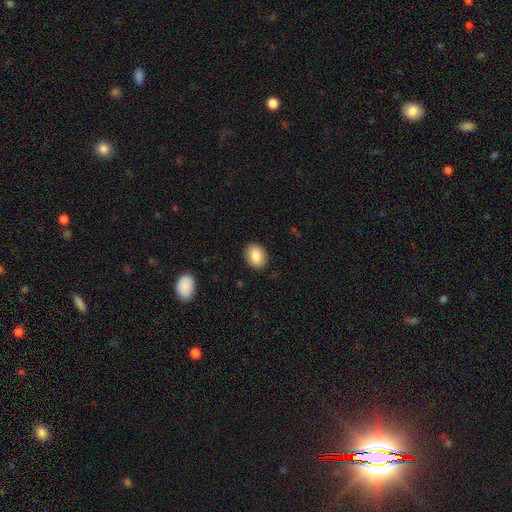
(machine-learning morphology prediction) Smooth or featured?
  - smooth: 85% *
  - star or artifact: 8%
  - featured or disk: 7%
How rounded?
  - in between: 59% *
  - round: 40%
  - cigar-shaped: 1%
Merging?
  - none: 88% *
  - minor disturbance: 8%
  - major disturbance: 2%
  - merger: 1%